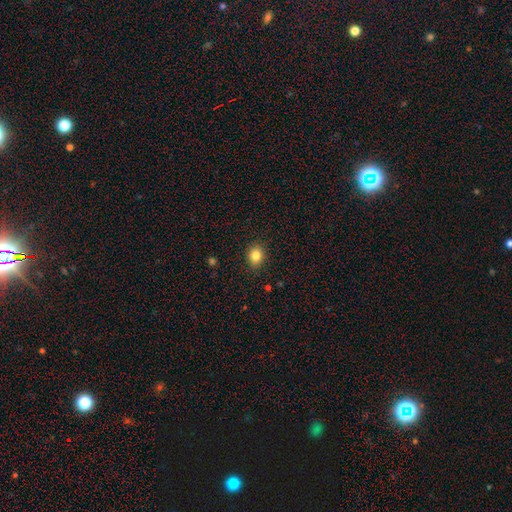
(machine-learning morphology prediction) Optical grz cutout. It shows a smooth galaxy with no disk features (84%) that is round (51%). Merging: none (89%).